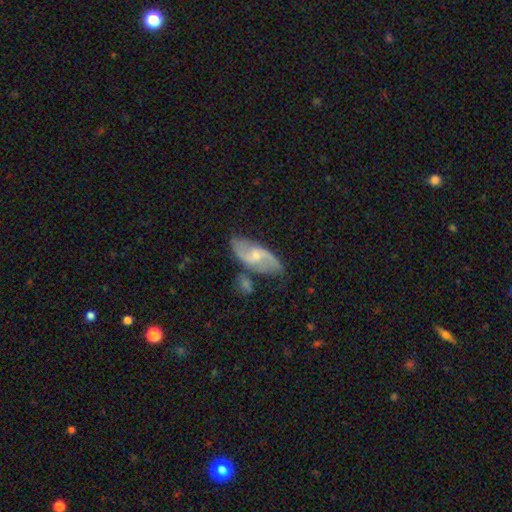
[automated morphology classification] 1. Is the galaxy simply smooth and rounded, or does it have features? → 79% featured or disk, 15% smooth, 6% star or artifact.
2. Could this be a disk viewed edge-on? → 94% no, 6% yes.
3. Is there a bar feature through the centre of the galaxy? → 46% weak, 42% no, 12% strong.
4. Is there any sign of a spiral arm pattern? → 93% yes, 7% no.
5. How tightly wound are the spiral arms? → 54% loose, 35% medium, 11% tight.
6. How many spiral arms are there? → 90% 2, 5% can't tell, 2% 3, 2% 1, 1% 4, 1% more than 4.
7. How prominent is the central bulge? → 59% small, 34% moderate, 4% none, 2% large, 1% dominant.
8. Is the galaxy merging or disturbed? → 64% none, 19% minor disturbance, 11% merger, 6% major disturbance.